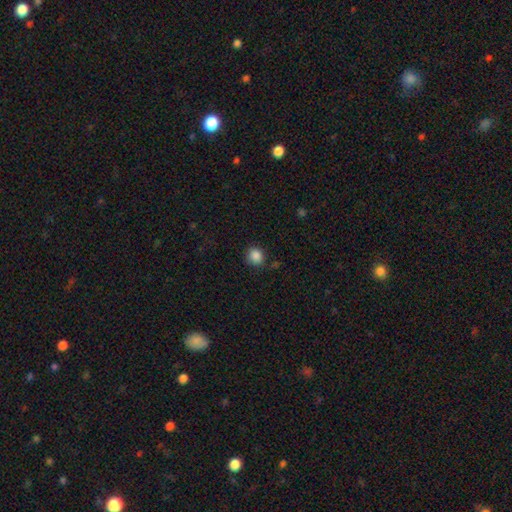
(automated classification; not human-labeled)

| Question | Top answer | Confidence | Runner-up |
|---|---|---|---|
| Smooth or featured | smooth | 86% | star or artifact (10%) |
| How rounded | round | 83% | in between (16%) |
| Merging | none | 84% | minor disturbance (11%) |